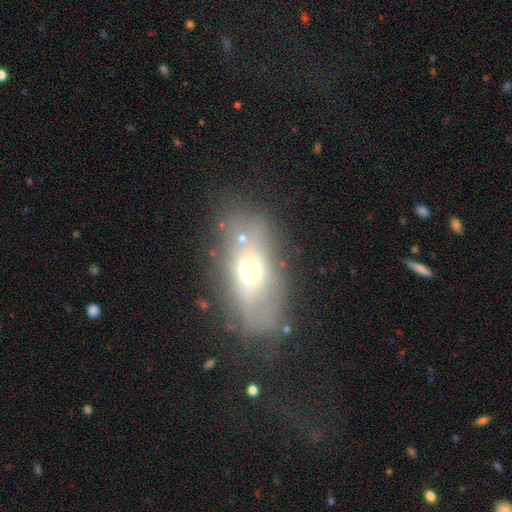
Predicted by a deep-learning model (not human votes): Smooth or featured? smooth (48%)
Merging? none (60%)